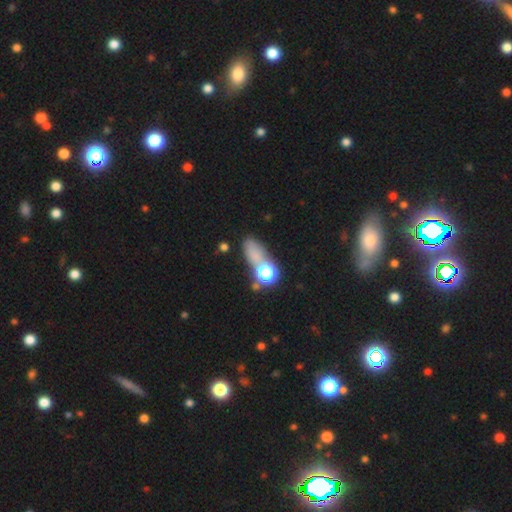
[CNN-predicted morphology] This is likely a smooth galaxy (63%). How rounded: likely in between (60%). Merging: marginally none (41%).